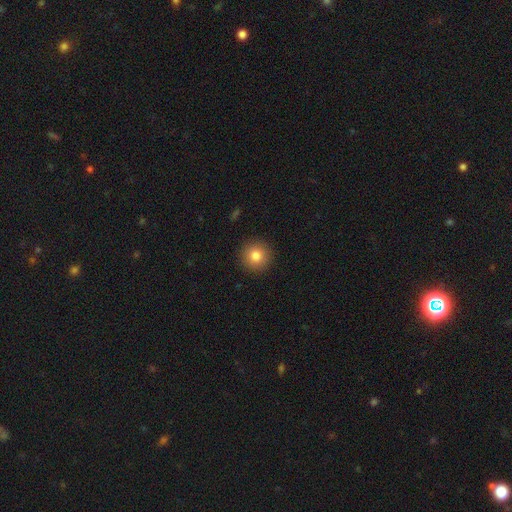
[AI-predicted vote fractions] A smooth galaxy with no disk features (83%) that is round (95%).

Vote fractions:
- Smooth or featured? smooth: 83% / star or artifact: 10% / featured or disk: 7%
- How rounded? round: 95% / in between: 4% / cigar-shaped: 1%
- Merging? none: 92% / minor disturbance: 5% / major disturbance: 2% / merger: 1%